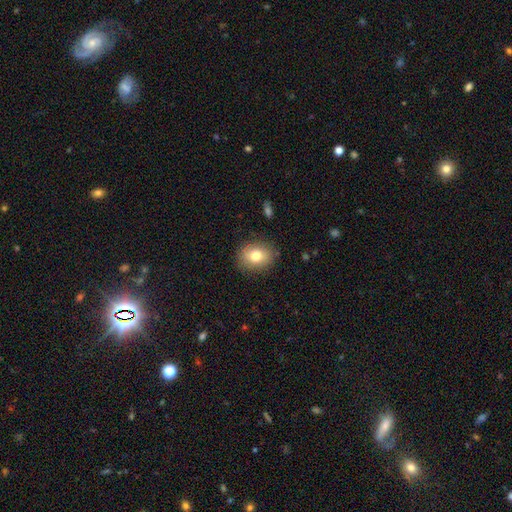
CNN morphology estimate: Smooth or featured? Predicted: smooth (p=0.78). How rounded? Predicted: in between (p=0.51). Merging? Predicted: none (p=0.85).